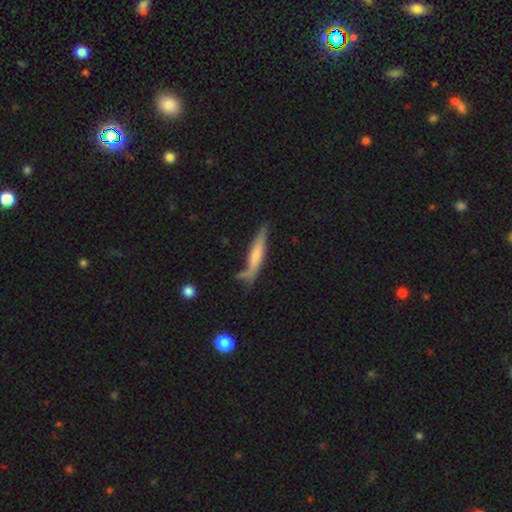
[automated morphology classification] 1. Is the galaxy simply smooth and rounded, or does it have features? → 54% smooth, 41% featured or disk, 6% star or artifact.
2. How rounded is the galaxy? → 89% cigar-shaped, 9% in between, 2% round.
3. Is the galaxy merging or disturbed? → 58% none, 25% minor disturbance, 8% major disturbance, 8% merger.